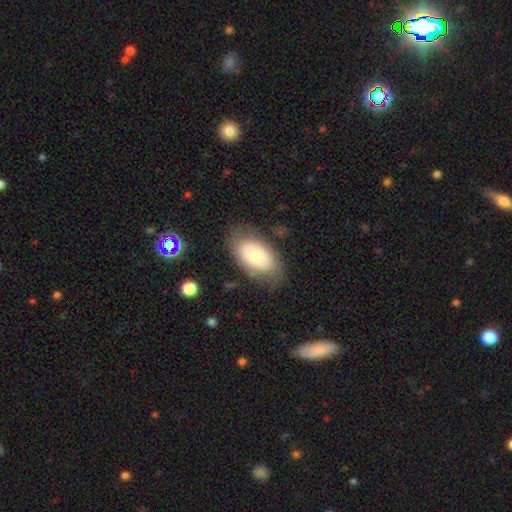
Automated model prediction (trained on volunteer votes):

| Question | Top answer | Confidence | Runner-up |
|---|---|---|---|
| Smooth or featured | smooth | 63% | featured or disk (30%) |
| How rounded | in between | 92% | round (6%) |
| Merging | none | 68% | minor disturbance (21%) |